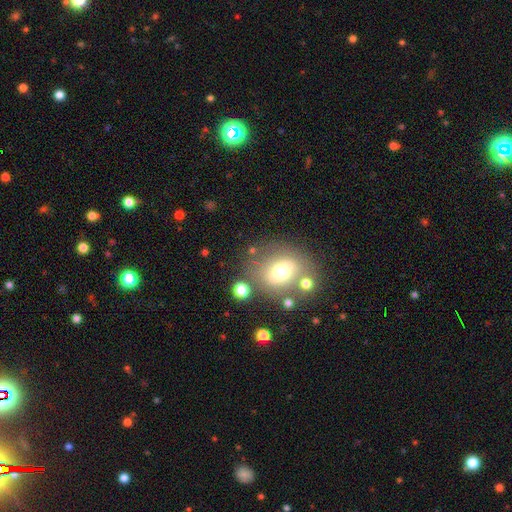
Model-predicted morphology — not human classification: Smooth or featured? Predicted: smooth (p=0.59). How rounded? Predicted: round (p=0.55). Merging? Predicted: none (p=0.66).